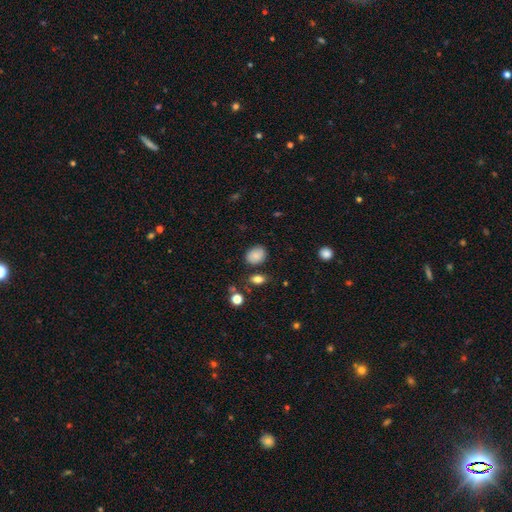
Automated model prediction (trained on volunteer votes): A smooth galaxy with no disk features (84%) that is in between round and cigar-shaped (57%). Merging: none (77%).